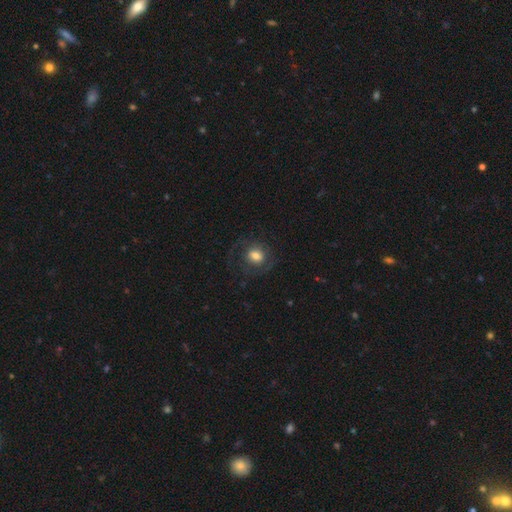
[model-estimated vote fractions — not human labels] A smooth galaxy with no disk features (55%) that is round (69%). Merging: none (64%).